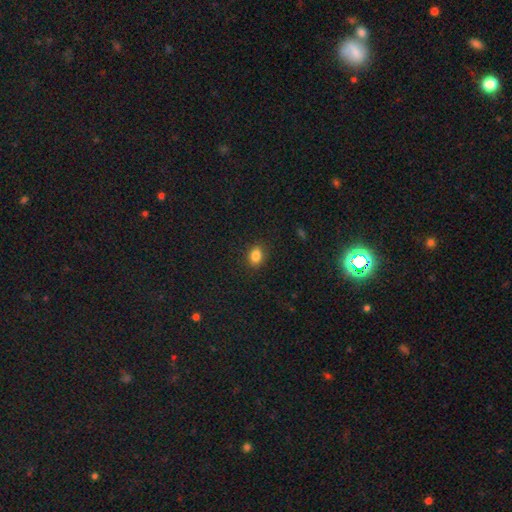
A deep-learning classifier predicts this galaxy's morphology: Overall: smooth (85%). How rounded: in between (73%). Merging: none (88%).